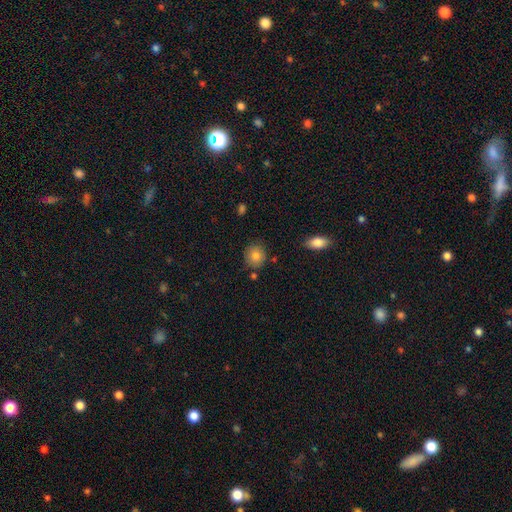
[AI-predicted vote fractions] This is clearly a smooth galaxy (83%). How rounded: clearly round (82%). Merging: likely none (79%).